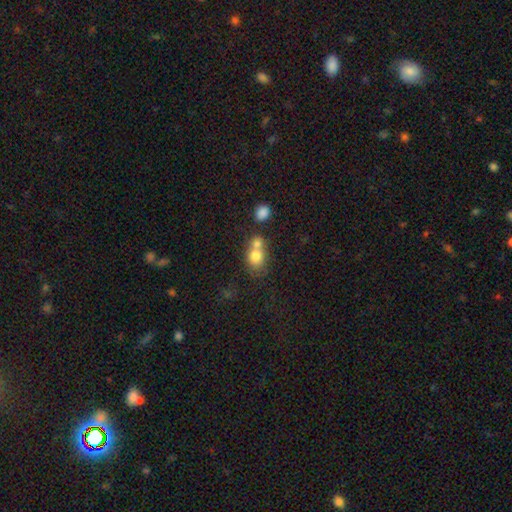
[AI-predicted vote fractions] smooth-or-featured: smooth: 77% | featured or disk: 14% | star or artifact: 10%
  how-rounded: round: 57% | in between: 41% | cigar-shaped: 1%
  merging: merger: 58% | none: 30% | minor disturbance: 8% | major disturbance: 4%